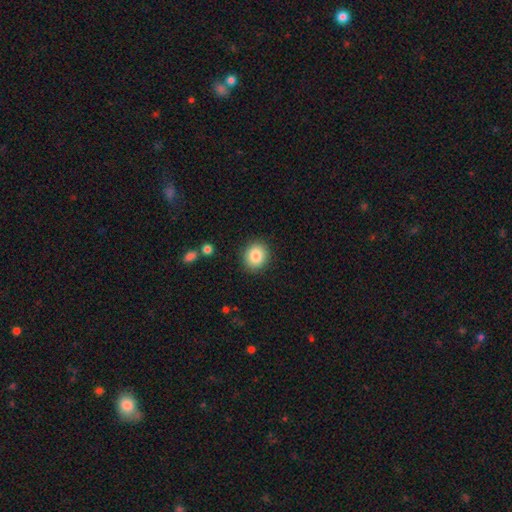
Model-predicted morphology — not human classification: Q: Smooth or featured?
A: smooth (85%); runner-up: star or artifact (8%)
Q: How rounded?
A: round (76%); runner-up: in between (23%)
Q: Merging?
A: none (89%); runner-up: minor disturbance (7%)